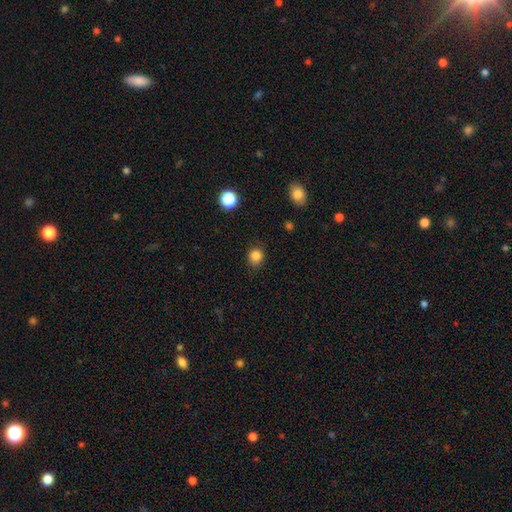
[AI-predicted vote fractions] smooth 84%, star or artifact 12%, featured or disk 4%. Down the decision tree: how rounded — round (79%); merging — none (81%).